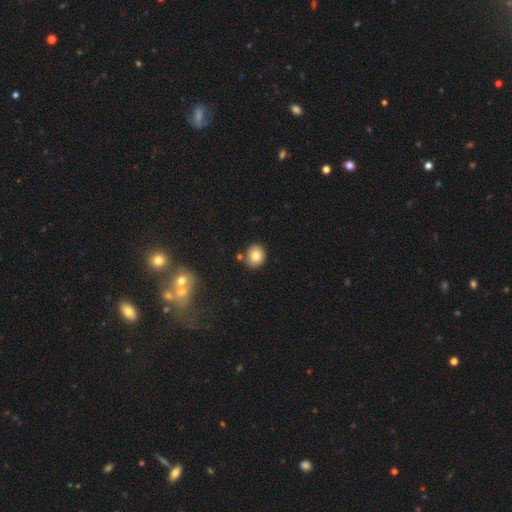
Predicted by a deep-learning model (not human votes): Smooth or featured?
  - smooth: 82% *
  - star or artifact: 10%
  - featured or disk: 8%
How rounded?
  - round: 83% *
  - in between: 17%
  - cigar-shaped: 1%
Merging?
  - none: 81% *
  - minor disturbance: 9%
  - merger: 8%
  - major disturbance: 2%